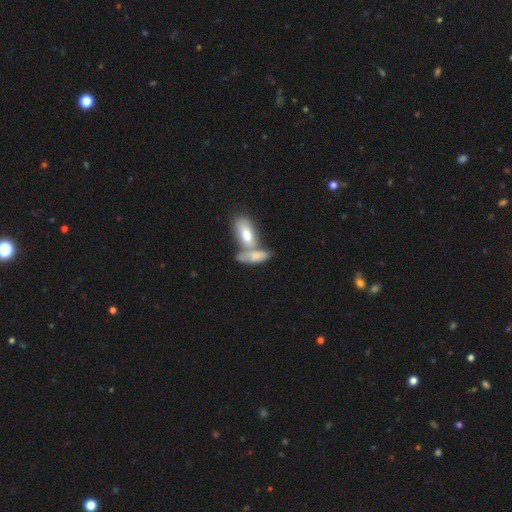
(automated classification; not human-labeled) Smooth or featured? Predicted: smooth (p=0.71). How rounded? Predicted: in between (p=0.76). Merging? Predicted: merger (p=0.55).